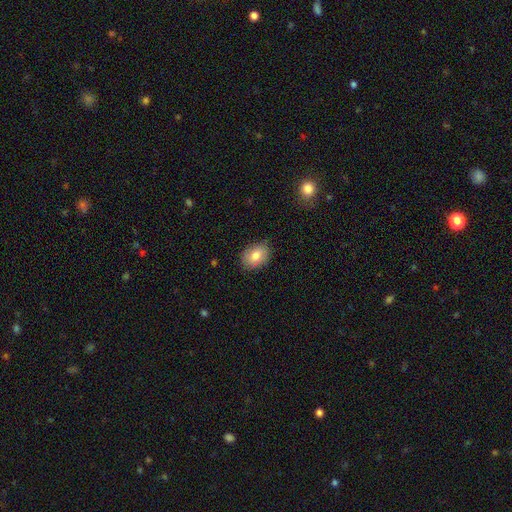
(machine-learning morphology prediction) smooth-or-featured: smooth: 77% | featured or disk: 15% | star or artifact: 8%
  how-rounded: in between: 72% | round: 27% | cigar-shaped: 1%
  merging: none: 83% | minor disturbance: 14% | major disturbance: 3% | merger: 1%